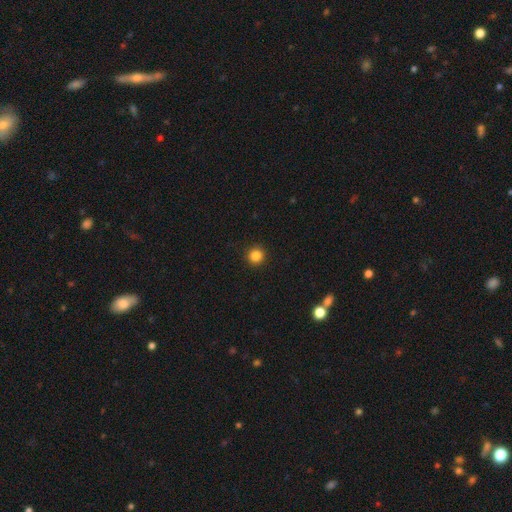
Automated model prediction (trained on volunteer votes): Morphology: type=smooth (85%); roundness=round (94%); merging=none (93%).